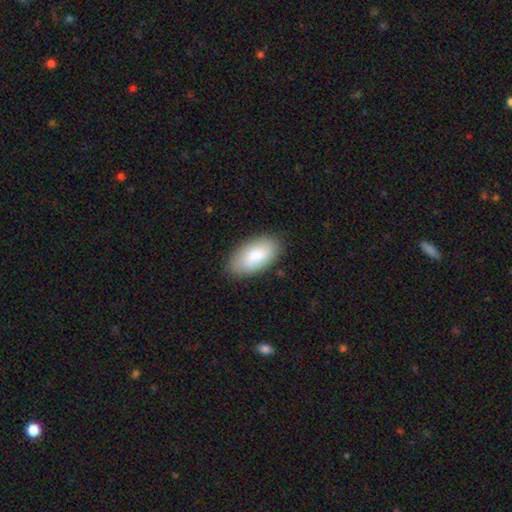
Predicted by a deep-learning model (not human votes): A smooth galaxy with no disk features (81%) that is in between round and cigar-shaped (94%). Merging: none (84%).